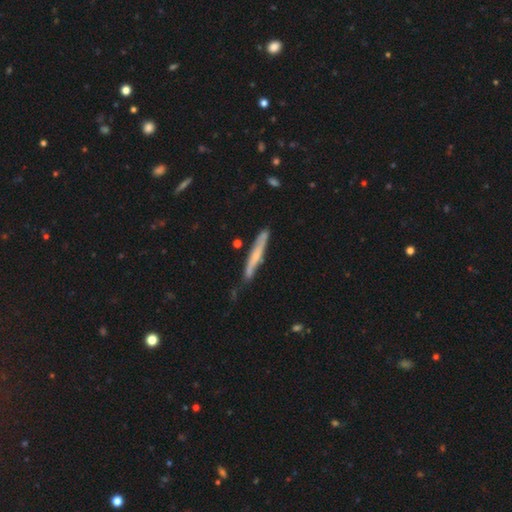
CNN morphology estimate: smooth_or_featured: featured or disk (p=0.49) [alt: smooth p=0.45]
merging: none (p=0.69) [alt: minor disturbance p=0.23]